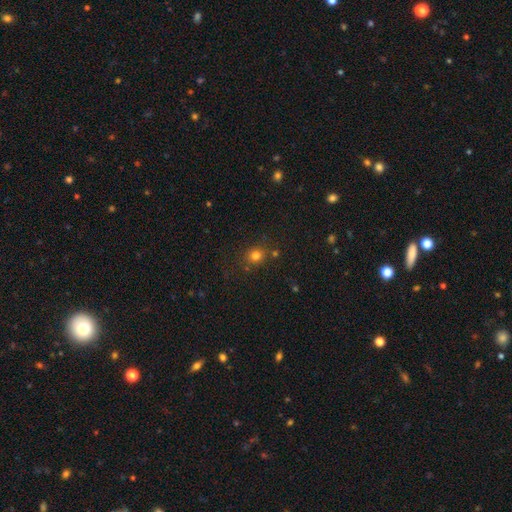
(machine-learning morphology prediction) This is likely a smooth galaxy (78%). How rounded: clearly round (82%). Merging: likely none (78%).